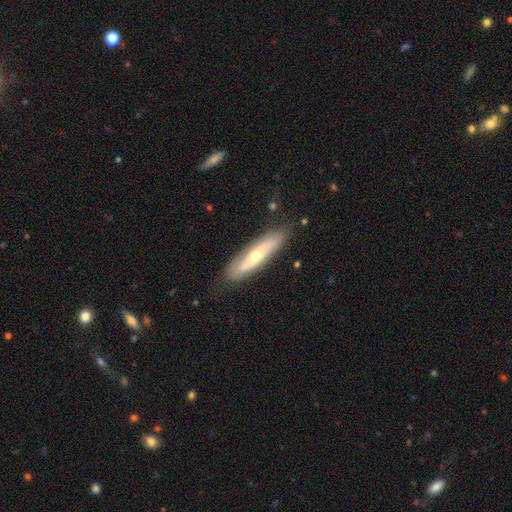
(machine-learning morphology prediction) Smooth or featured? featured or disk (56%)
Edge-on disk? no (55%)
Merging? none (81%)